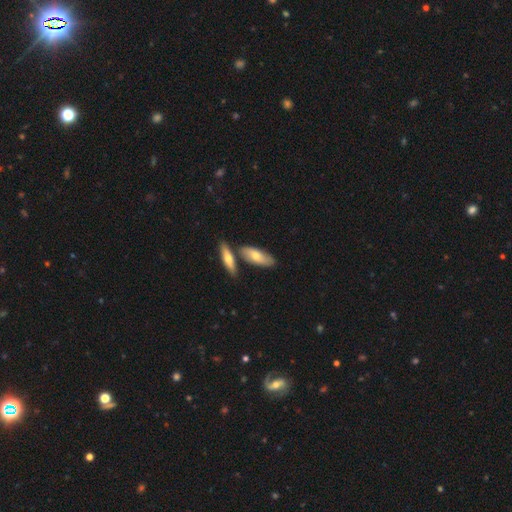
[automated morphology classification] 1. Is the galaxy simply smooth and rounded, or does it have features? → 64% smooth, 31% featured or disk, 5% star or artifact.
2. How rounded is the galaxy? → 70% in between, 28% cigar-shaped, 2% round.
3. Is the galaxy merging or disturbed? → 65% none, 20% merger, 13% minor disturbance, 3% major disturbance.